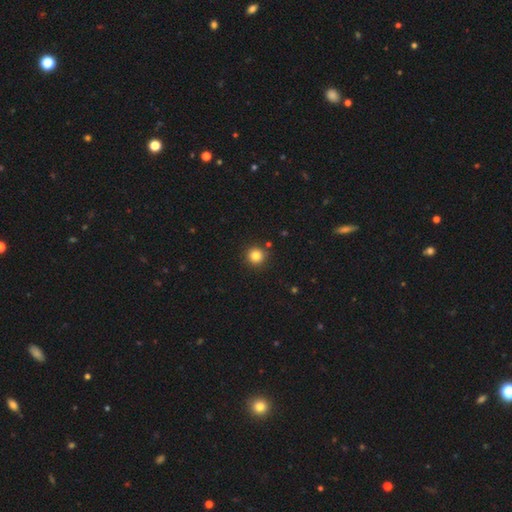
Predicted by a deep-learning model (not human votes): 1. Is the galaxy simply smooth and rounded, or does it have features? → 83% smooth, 12% star or artifact, 5% featured or disk.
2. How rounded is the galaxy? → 95% round, 4% in between, 1% cigar-shaped.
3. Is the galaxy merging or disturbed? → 89% none, 6% minor disturbance, 3% merger, 2% major disturbance.